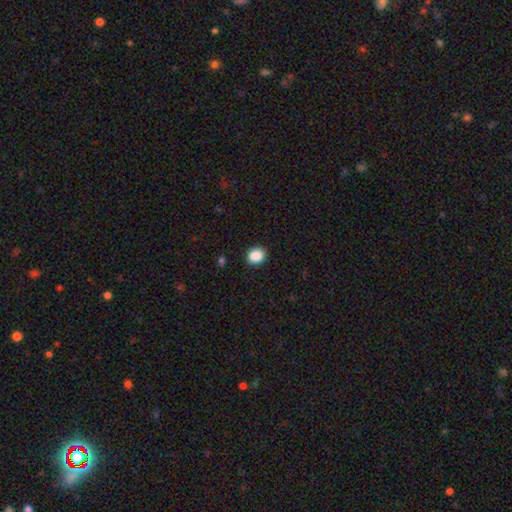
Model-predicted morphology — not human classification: The model was most divided on "how rounded": round: 58%, in between: 41%, cigar-shaped: 1%. More confident: merging — none (88%); smooth or featured — smooth (88%).